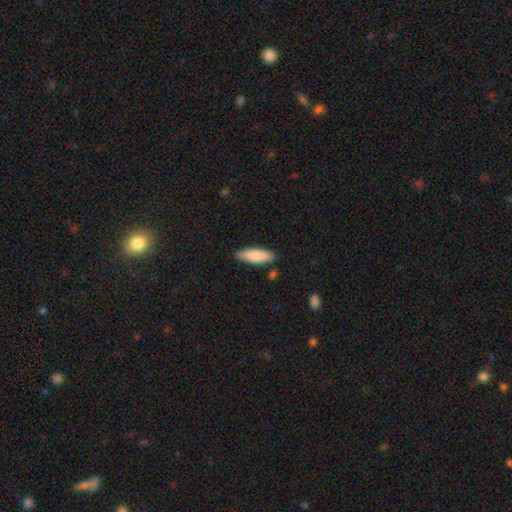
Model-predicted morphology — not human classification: Smooth or featured? Predicted: smooth (p=0.86). How rounded? Predicted: in between (p=0.53). Merging? Predicted: none (p=0.84).